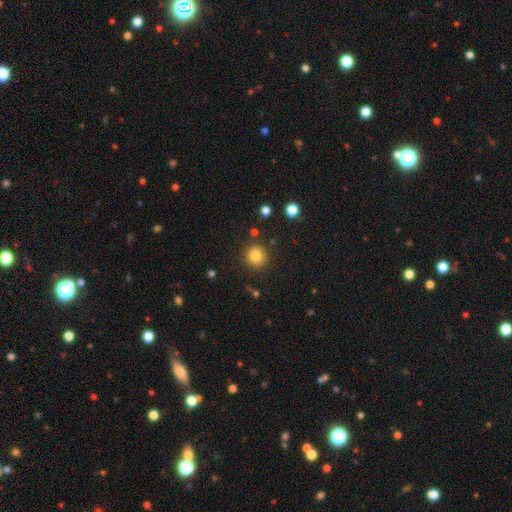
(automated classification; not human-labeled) This is clearly a smooth galaxy (82%). How rounded: clearly round (92%). Merging: clearly none (87%).